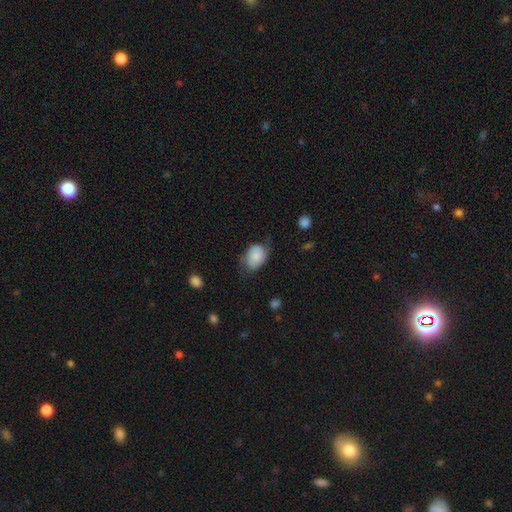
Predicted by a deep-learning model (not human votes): Smooth or featured: smooth — 68% (featured or disk — 25%)
How rounded: in between — 78% (round — 21%)
Merging: none — 50% (minor disturbance — 33%)